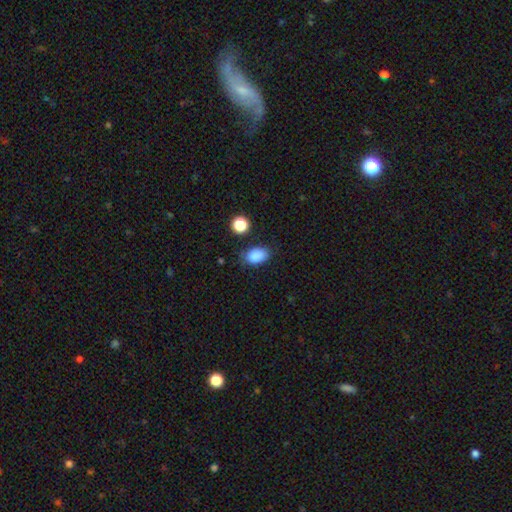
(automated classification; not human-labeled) Morphology: type=smooth (86%); roundness=in between (84%); merging=none (73%).